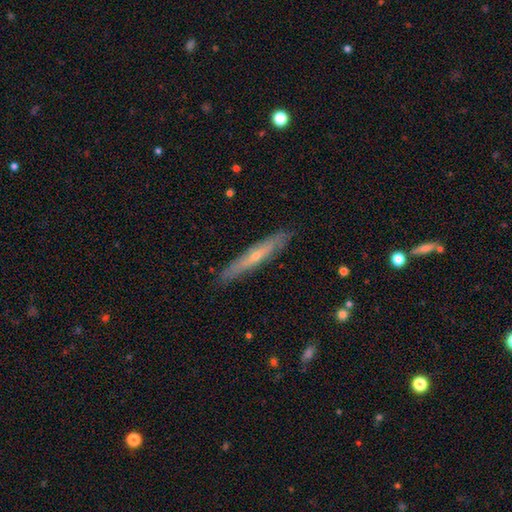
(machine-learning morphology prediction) Overall: featured or disk (56%; smooth 38%). Edge-on disk: yes (84%). Merging: none (86%).